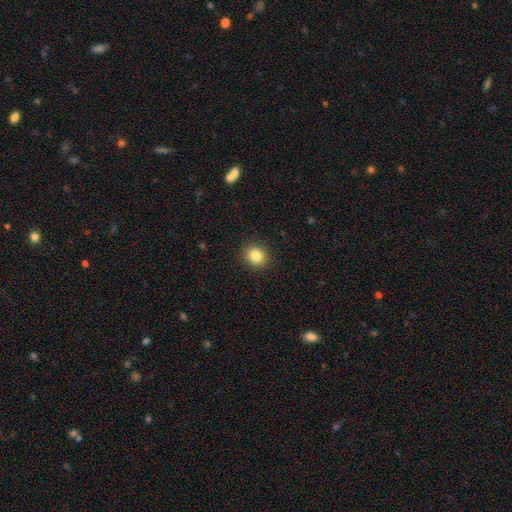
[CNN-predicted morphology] Smooth or featured?
  - smooth: 84% *
  - star or artifact: 10%
  - featured or disk: 6%
How rounded?
  - round: 75% *
  - in between: 24%
  - cigar-shaped: 1%
Merging?
  - none: 91% *
  - minor disturbance: 6%
  - major disturbance: 2%
  - merger: 1%